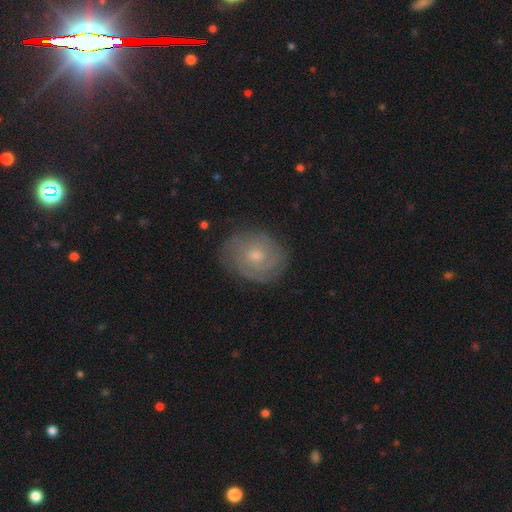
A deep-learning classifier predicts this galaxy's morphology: Overall: featured or disk (69%). Edge-on disk: no (97%). Bar: no (74%). Spiral arms: yes (89%). Spiral arm count: can't tell (43%; 2 25%). Spiral winding: tight (71%). Bulge size: moderate (48%; small 47%). Merging: none (80%).